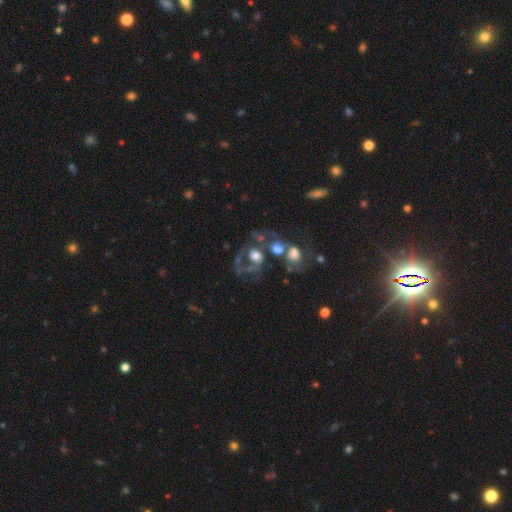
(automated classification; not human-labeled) This is possibly a featured or disk galaxy (54%). It is clearly not viewed edge-on (96%). Bar: clearly no (82%). Spiral arm pattern: likely no (62%). Central bulge: possibly moderate (47%). Merging: marginally merger (41%).